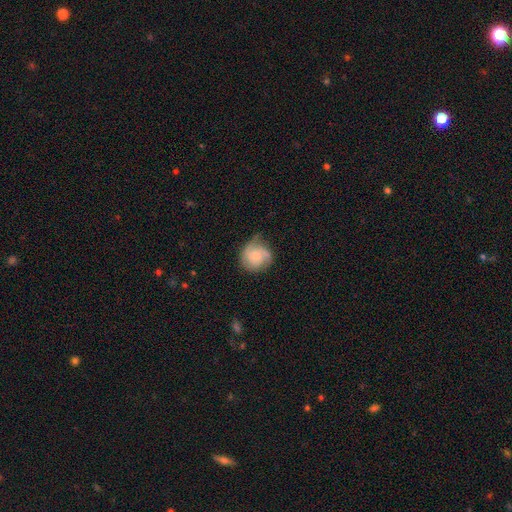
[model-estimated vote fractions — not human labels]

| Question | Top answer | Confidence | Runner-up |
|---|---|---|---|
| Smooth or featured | featured or disk | 55% | smooth (38%) |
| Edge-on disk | no | 97% | yes (3%) |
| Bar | no | 72% | weak (25%) |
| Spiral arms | yes | 89% | no (11%) |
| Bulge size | small | 52% | moderate (39%) |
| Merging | none | 61% | minor disturbance (28%) |